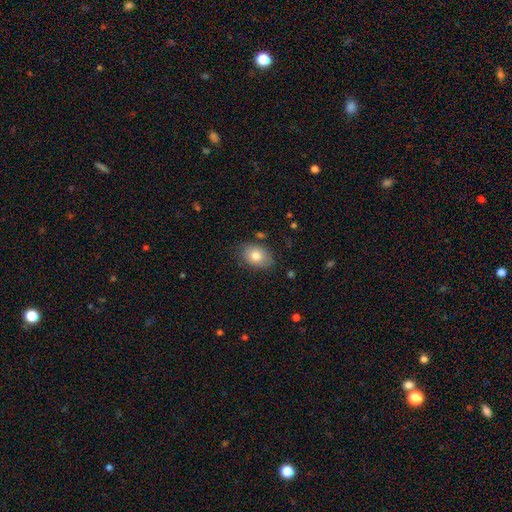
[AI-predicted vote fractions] Smooth or featured?
  - smooth: 80% *
  - featured or disk: 12%
  - star or artifact: 8%
How rounded?
  - in between: 76% *
  - round: 23%
  - cigar-shaped: 1%
Merging?
  - none: 78% *
  - minor disturbance: 17%
  - major disturbance: 4%
  - merger: 2%